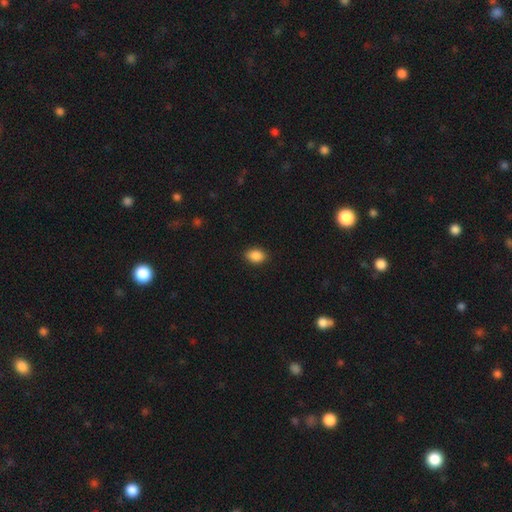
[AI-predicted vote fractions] Smooth or featured: smooth — 89% (star or artifact — 8%)
How rounded: in between — 77% (round — 21%)
Merging: none — 89% (minor disturbance — 8%)